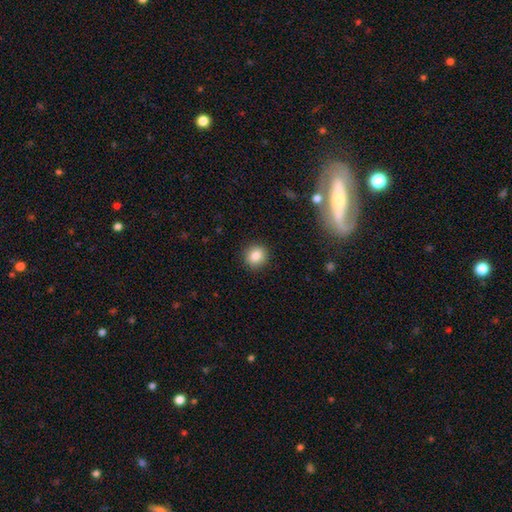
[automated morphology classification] smooth 84%, star or artifact 10%, featured or disk 6%. Down the decision tree: how rounded — round (85%); merging — none (90%).